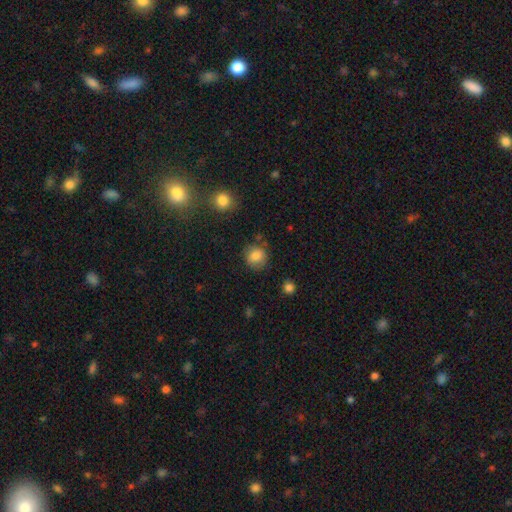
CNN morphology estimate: The model was most divided on "merging": none: 82%, minor disturbance: 11%, major disturbance: 3%, merger: 3%. More confident: how rounded — round (87%); smooth or featured — smooth (83%).